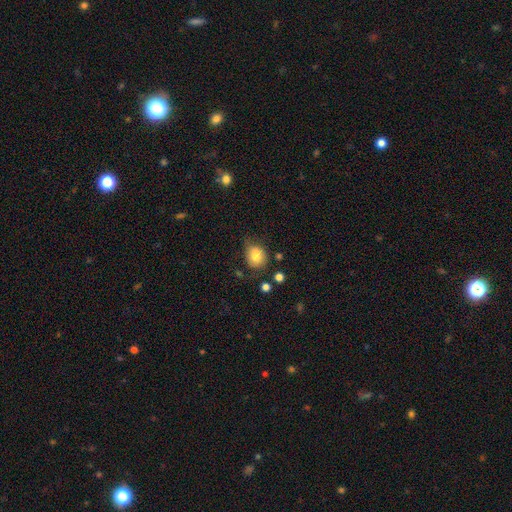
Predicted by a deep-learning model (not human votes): Overall: smooth (79%). How rounded: round (60%; in between 39%). Merging: none (62%; minor disturbance 26%).